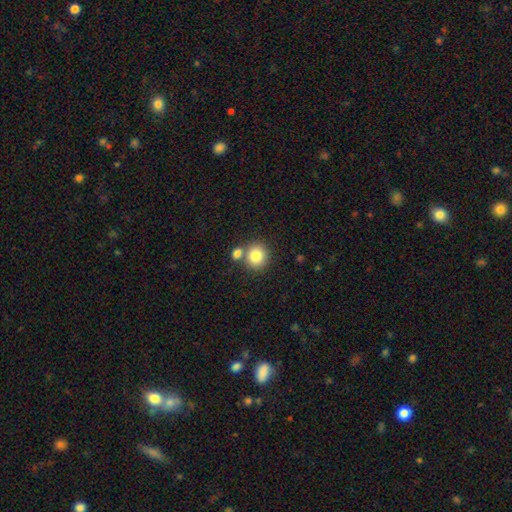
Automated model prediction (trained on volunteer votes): This appears to be a smooth galaxy with no disk features (83%) that is round (84%). Merging: none (63%).